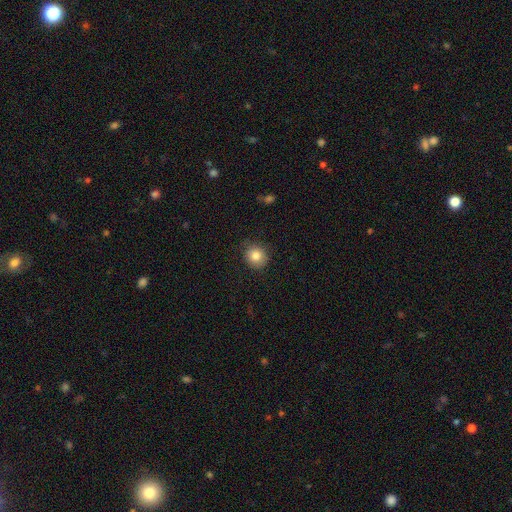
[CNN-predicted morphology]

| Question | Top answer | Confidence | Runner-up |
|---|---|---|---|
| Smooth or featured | smooth | 83% | star or artifact (10%) |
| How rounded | round | 86% | in between (13%) |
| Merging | none | 84% | minor disturbance (12%) |